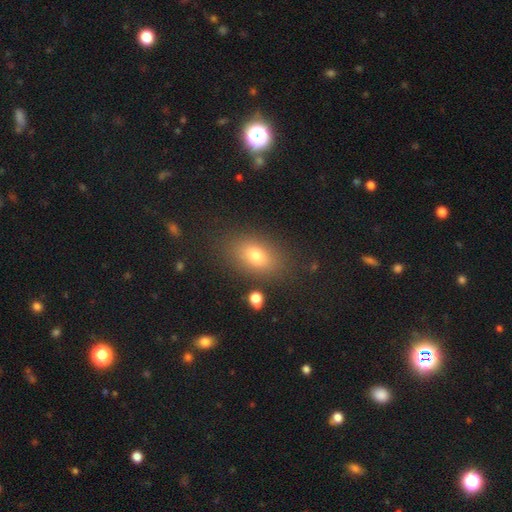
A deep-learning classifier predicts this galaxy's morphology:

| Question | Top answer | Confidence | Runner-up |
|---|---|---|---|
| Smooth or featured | smooth | 75% | star or artifact (13%) |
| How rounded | in between | 82% | round (15%) |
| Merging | none | 84% | minor disturbance (10%) |